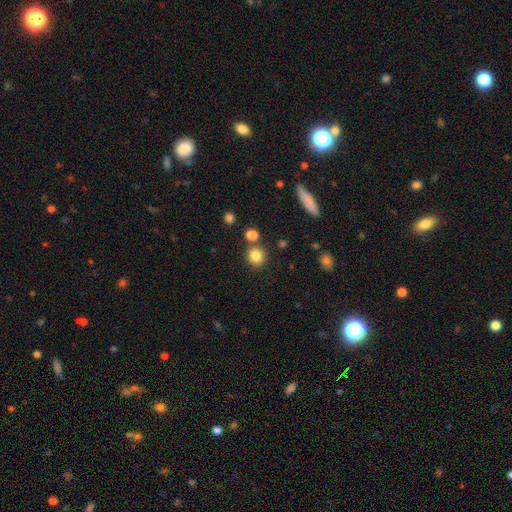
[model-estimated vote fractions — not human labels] This is clearly a smooth galaxy (83%). How rounded: clearly round (87%). Merging: likely none (77%).